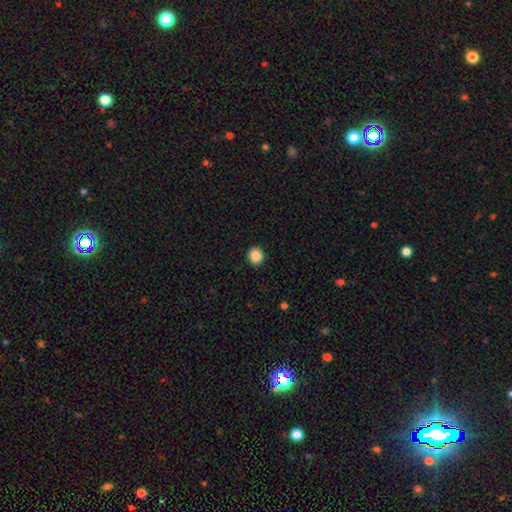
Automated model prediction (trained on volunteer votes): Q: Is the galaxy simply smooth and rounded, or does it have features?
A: smooth — 88%.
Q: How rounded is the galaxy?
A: round — 82%.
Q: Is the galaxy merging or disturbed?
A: none — 92%.